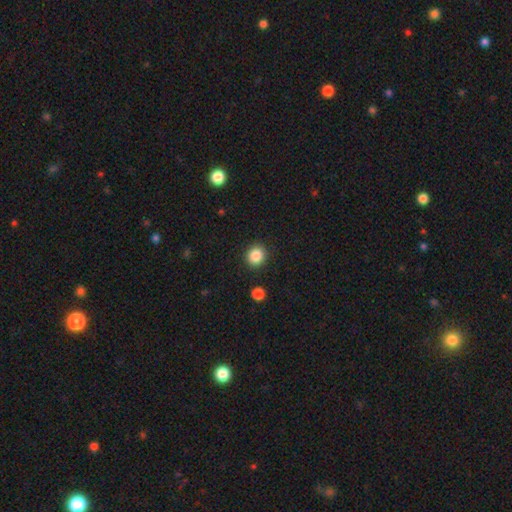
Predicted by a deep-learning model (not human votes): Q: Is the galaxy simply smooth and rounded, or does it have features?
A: smooth — 87%.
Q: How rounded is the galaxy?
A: round — 81%.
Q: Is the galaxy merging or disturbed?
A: none — 90%.